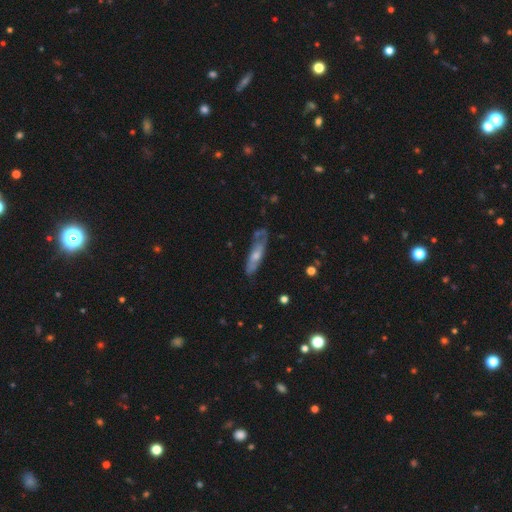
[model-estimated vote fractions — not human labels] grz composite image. It shows a featured or disk galaxy (55%). Merging: none (55%).